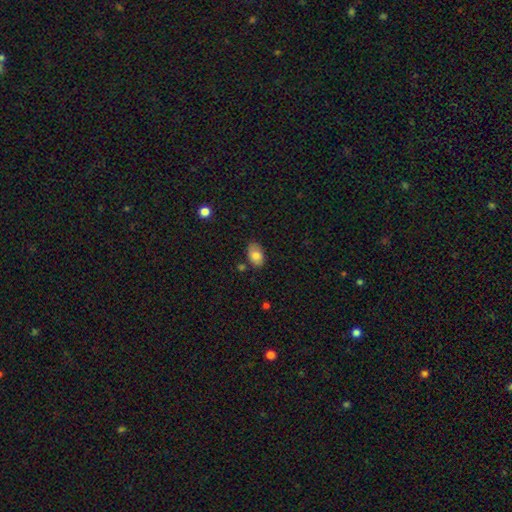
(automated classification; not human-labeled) Smooth or featured? smooth (79%)
How rounded? in between (89%)
Merging? none (73%)